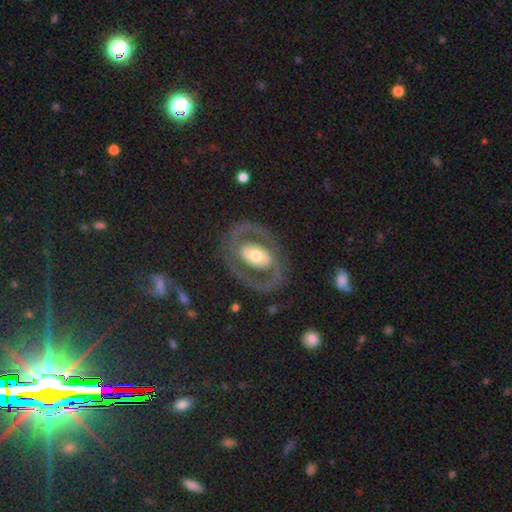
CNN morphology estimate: type=featured or disk (76%); edge-on=no (95%); bar=no (54%); spiral arms=yes (53%); bulge=moderate (64%); merging=none (76%).